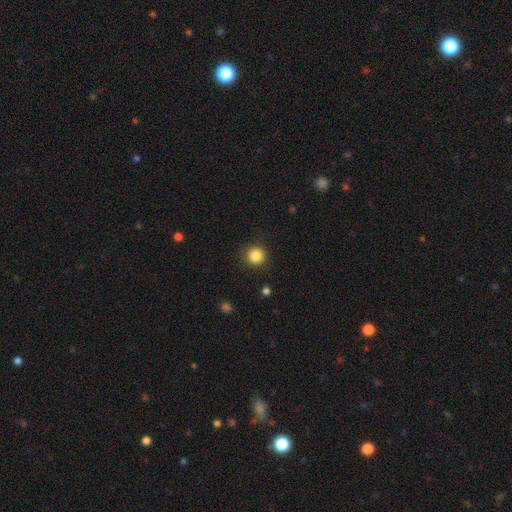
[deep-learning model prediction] Smooth or featured?
  - smooth: 86% *
  - star or artifact: 10%
  - featured or disk: 4%
How rounded?
  - round: 94% *
  - in between: 5%
  - cigar-shaped: 1%
Merging?
  - none: 90% *
  - minor disturbance: 7%
  - major disturbance: 2%
  - merger: 1%